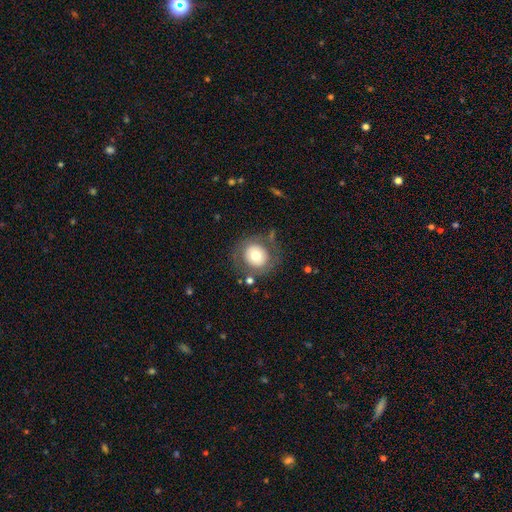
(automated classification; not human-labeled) Smooth or featured: smooth — 64% (featured or disk — 27%)
How rounded: round — 89% (in between — 10%)
Merging: none — 76% (minor disturbance — 12%)